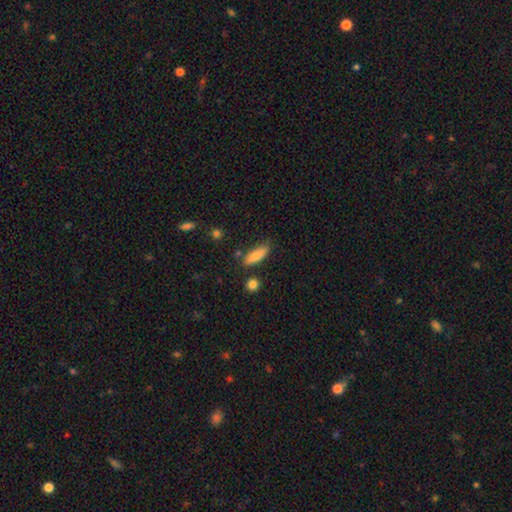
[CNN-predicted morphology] A smooth galaxy with no disk features (81%) that is in between round and cigar-shaped (56%).

Vote fractions:
- Smooth or featured? smooth: 81% / featured or disk: 12% / star or artifact: 7%
- How rounded? in between: 56% / cigar-shaped: 41% / round: 3%
- Merging? none: 76% / minor disturbance: 15% / merger: 5% / major disturbance: 3%